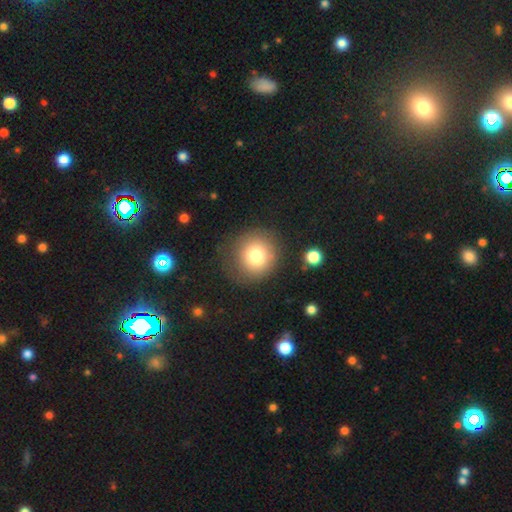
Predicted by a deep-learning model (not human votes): smooth-or-featured: smooth: 78% | featured or disk: 12% | star or artifact: 10%
  how-rounded: round: 90% | in between: 9% | cigar-shaped: 1%
  merging: none: 74% | minor disturbance: 15% | major disturbance: 7% | merger: 3%